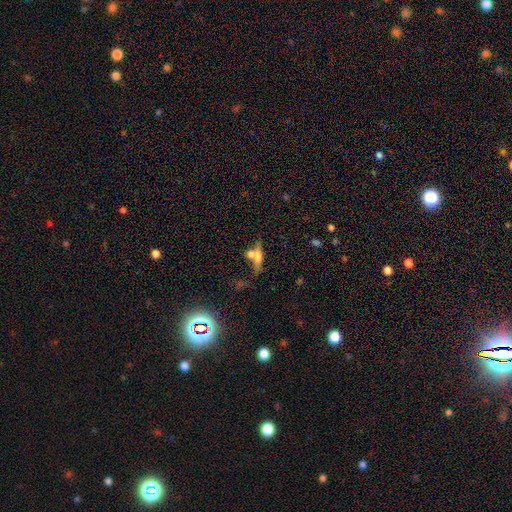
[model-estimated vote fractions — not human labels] Smooth or featured? smooth (47%)
Merging? none (47%)